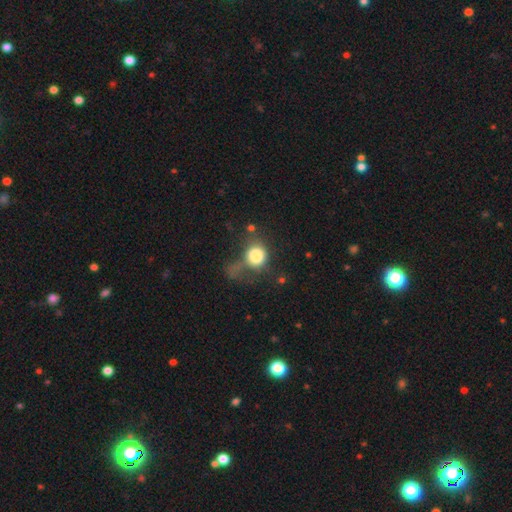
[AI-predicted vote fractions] Smooth or featured: smooth — 77% (featured or disk — 12%)
How rounded: round — 74% (in between — 25%)
Merging: major disturbance — 43% (none — 24%)